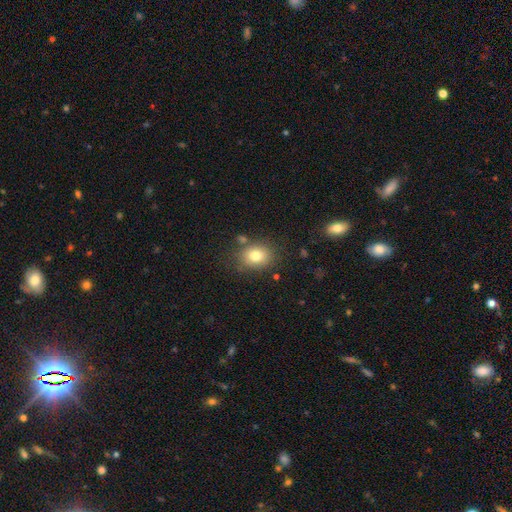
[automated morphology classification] This is likely a smooth galaxy (78%). How rounded: possibly in between (56%). Merging: likely none (76%).